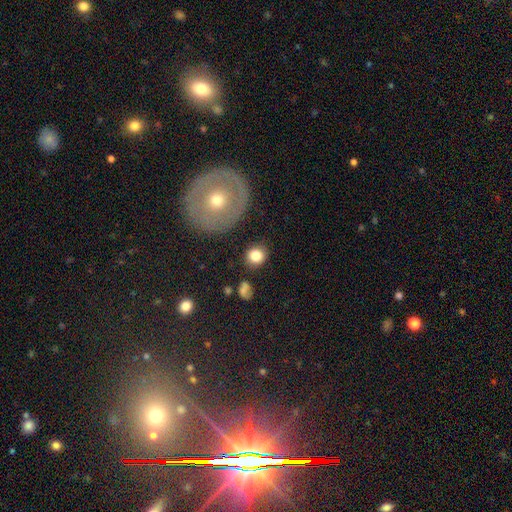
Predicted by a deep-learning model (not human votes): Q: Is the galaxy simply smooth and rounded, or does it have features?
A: smooth — 82%.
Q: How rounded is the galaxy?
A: round — 77%.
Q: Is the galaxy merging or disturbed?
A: none — 83%.